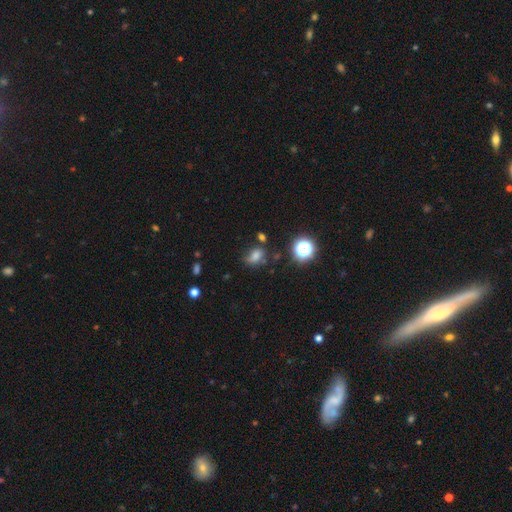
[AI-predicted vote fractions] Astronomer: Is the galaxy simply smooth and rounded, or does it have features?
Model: smooth — 71%.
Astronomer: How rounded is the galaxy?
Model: in between — 68%.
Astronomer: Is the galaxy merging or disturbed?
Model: none — 54% (runner-up: minor disturbance, 29%).